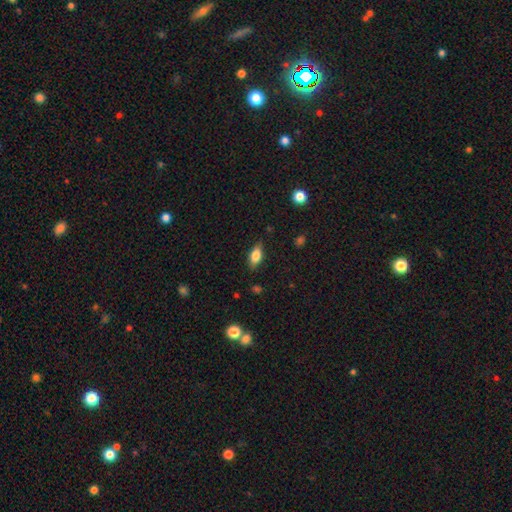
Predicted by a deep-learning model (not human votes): smooth 78%, featured or disk 14%, star or artifact 8%. Down the decision tree: how rounded — in between (85%); merging — none (82%).